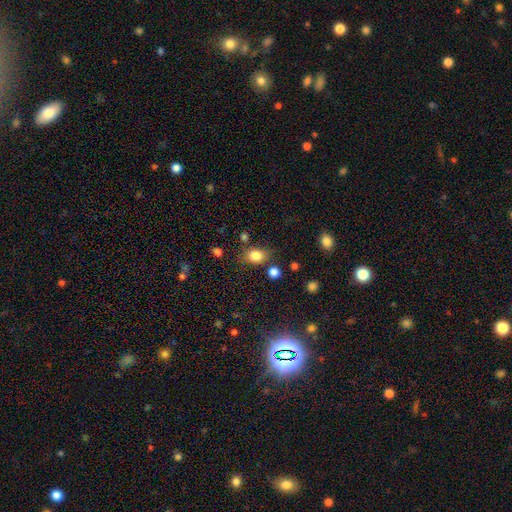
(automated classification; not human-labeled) Smooth or featured? Predicted: smooth (p=0.83). How rounded? Predicted: in between (p=0.55). Merging? Predicted: none (p=0.73).